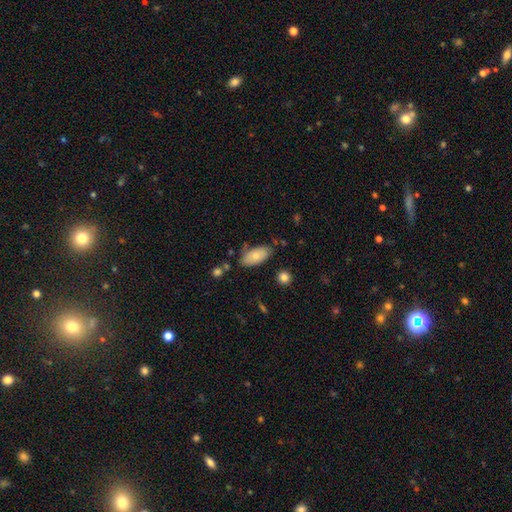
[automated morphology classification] Q: Smooth or featured?
A: smooth (72%); runner-up: featured or disk (21%)
Q: How rounded?
A: in between (92%); runner-up: cigar-shaped (5%)
Q: Merging?
A: none (71%); runner-up: minor disturbance (21%)